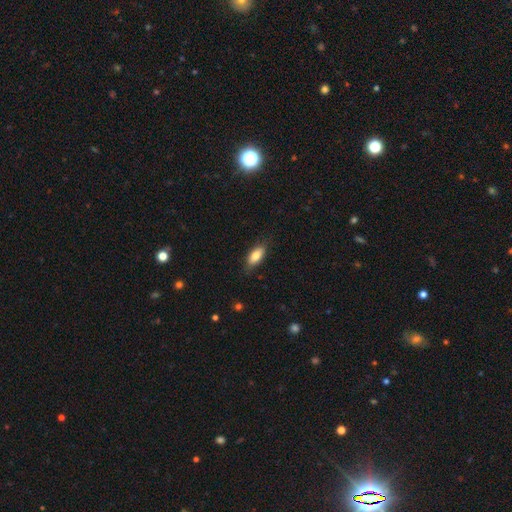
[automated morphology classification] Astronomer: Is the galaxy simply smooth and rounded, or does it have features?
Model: smooth — 80%.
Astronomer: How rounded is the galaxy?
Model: in between — 83%.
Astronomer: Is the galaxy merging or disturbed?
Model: none — 81%.